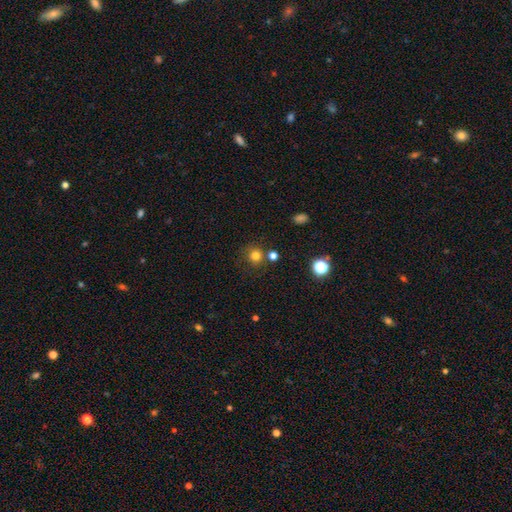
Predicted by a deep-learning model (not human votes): smooth-or-featured: smooth: 77% | star or artifact: 17% | featured or disk: 6%
  how-rounded: round: 91% | in between: 8% | cigar-shaped: 1%
  merging: none: 77% | minor disturbance: 10% | merger: 9% | major disturbance: 4%